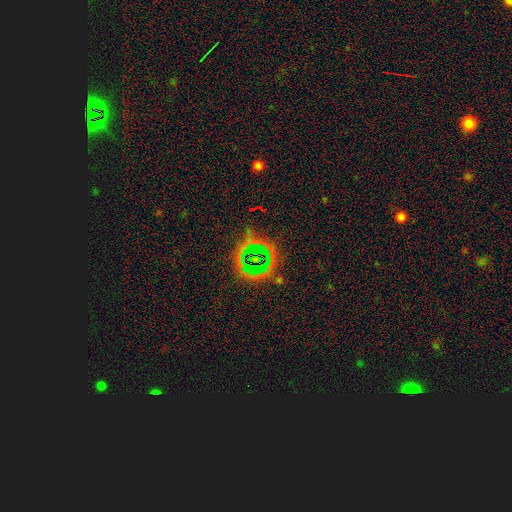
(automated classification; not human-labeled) Smooth or featured? star or artifact (71%)